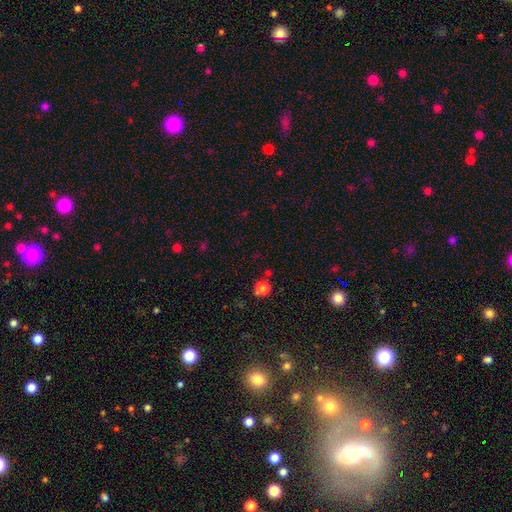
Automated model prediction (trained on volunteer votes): Smooth or featured? star or artifact (48%)